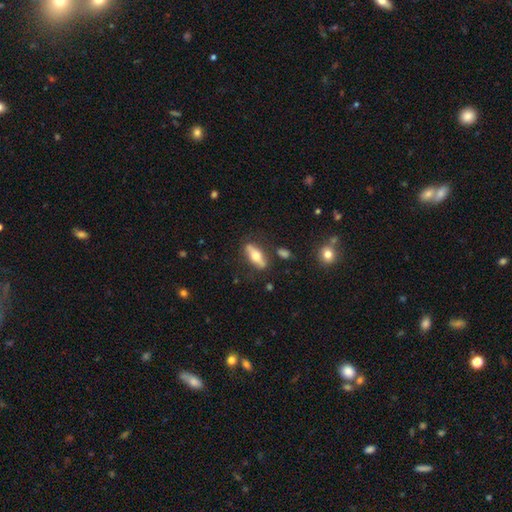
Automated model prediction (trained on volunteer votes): Smooth or featured?
  - smooth: 55% *
  - featured or disk: 39%
  - star or artifact: 6%
How rounded?
  - in between: 62% *
  - cigar-shaped: 35%
  - round: 3%
Merging?
  - none: 79% *
  - minor disturbance: 13%
  - major disturbance: 4%
  - merger: 3%